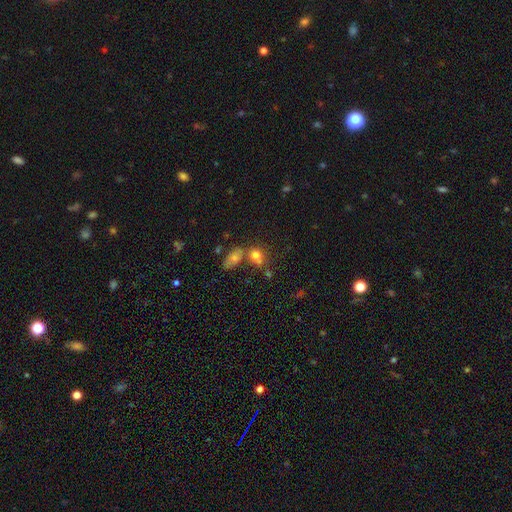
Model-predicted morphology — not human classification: This appears to be a smooth galaxy with no disk features (73%) that is round (59%). Merging: none (43%).